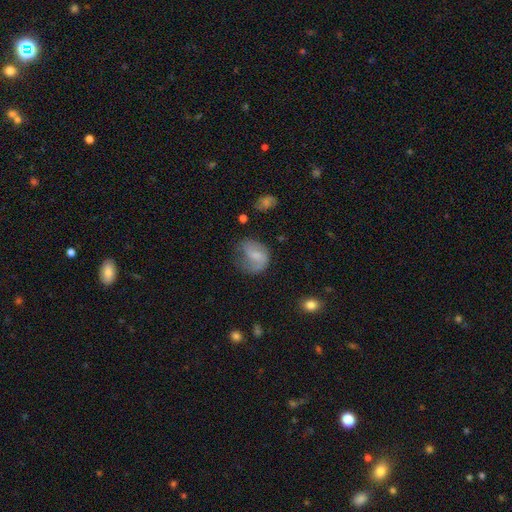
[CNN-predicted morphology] This appears to be a smooth galaxy with no disk features (51%) that is round (51%). Merging: none (40%).